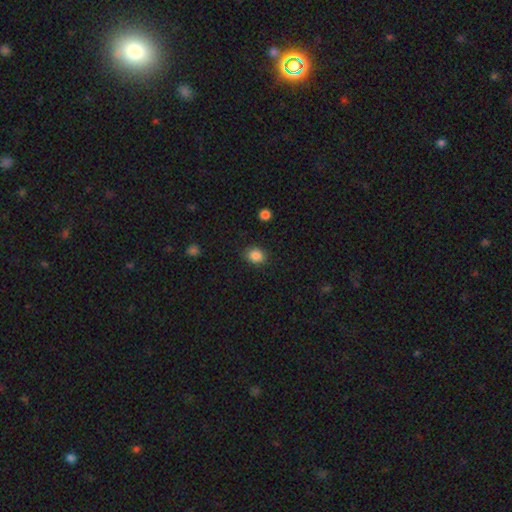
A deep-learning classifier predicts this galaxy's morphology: smooth-or-featured: smooth: 86% | star or artifact: 10% | featured or disk: 4%
  how-rounded: round: 56% | in between: 43% | cigar-shaped: 1%
  merging: none: 87% | minor disturbance: 9% | major disturbance: 3% | merger: 1%